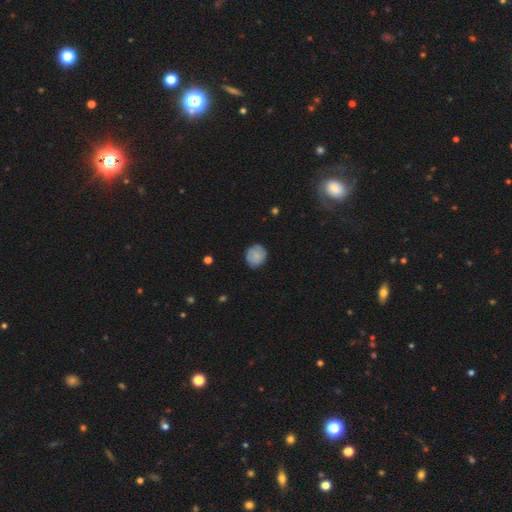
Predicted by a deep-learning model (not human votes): A smooth galaxy with no disk features (79%) that is round (80%).

Vote fractions:
- Smooth or featured? smooth: 79% / featured or disk: 14% / star or artifact: 7%
- How rounded? round: 80% / in between: 20% / cigar-shaped: 1%
- Merging? none: 83% / minor disturbance: 13% / major disturbance: 3% / merger: 1%